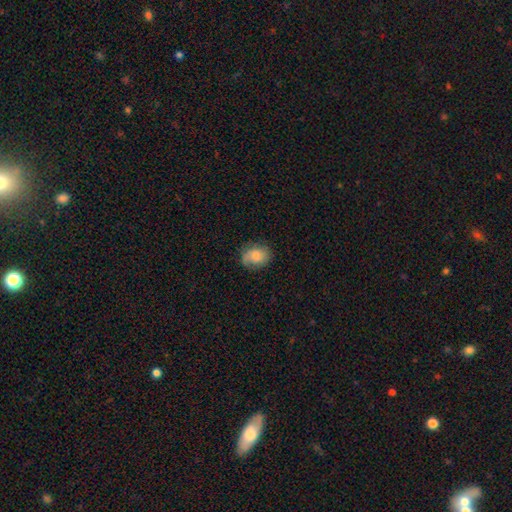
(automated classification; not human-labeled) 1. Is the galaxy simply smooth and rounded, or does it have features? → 67% smooth, 25% featured or disk, 8% star or artifact.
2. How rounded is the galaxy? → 51% in between, 48% round, 1% cigar-shaped.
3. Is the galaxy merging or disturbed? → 69% none, 23% minor disturbance, 7% major disturbance, 1% merger.